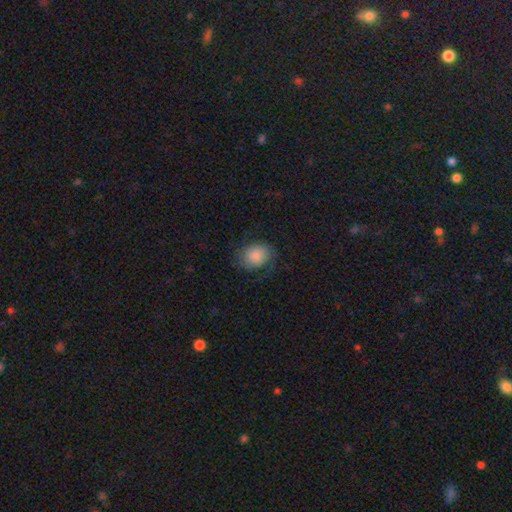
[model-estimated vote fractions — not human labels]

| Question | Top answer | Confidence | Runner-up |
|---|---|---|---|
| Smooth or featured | smooth | 75% | featured or disk (17%) |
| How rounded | in between | 55% | round (44%) |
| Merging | none | 65% | minor disturbance (20%) |